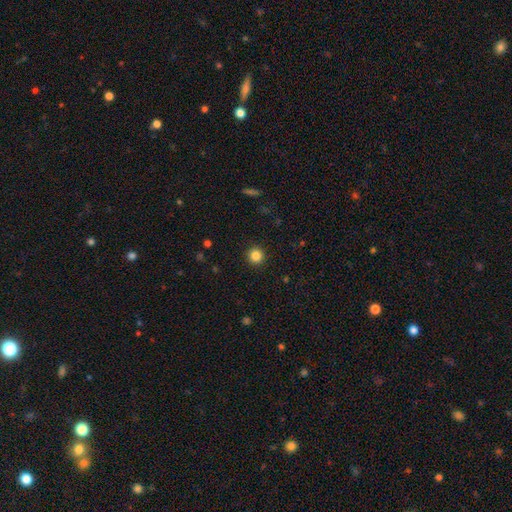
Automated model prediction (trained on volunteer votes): Smooth or featured: smooth — 85% (star or artifact — 11%)
How rounded: round — 95% (in between — 4%)
Merging: none — 93% (minor disturbance — 5%)